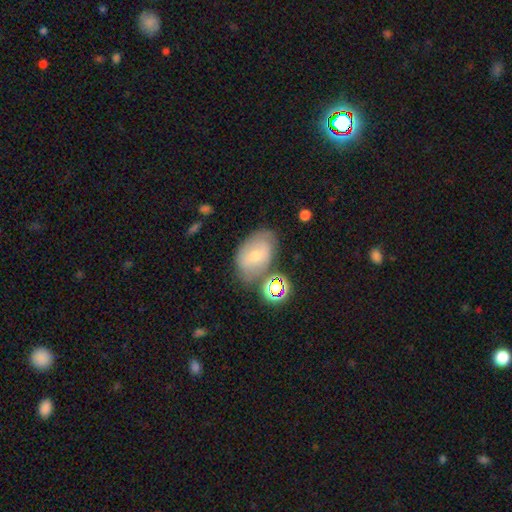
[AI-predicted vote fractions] A smooth galaxy with no disk features (52%) that is in between round and cigar-shaped (82%).

Vote fractions:
- Smooth or featured? smooth: 52% / featured or disk: 36% / star or artifact: 12%
- How rounded? in between: 82% / round: 16% / cigar-shaped: 1%
- Merging? none: 59% / minor disturbance: 23% / merger: 10% / major disturbance: 8%